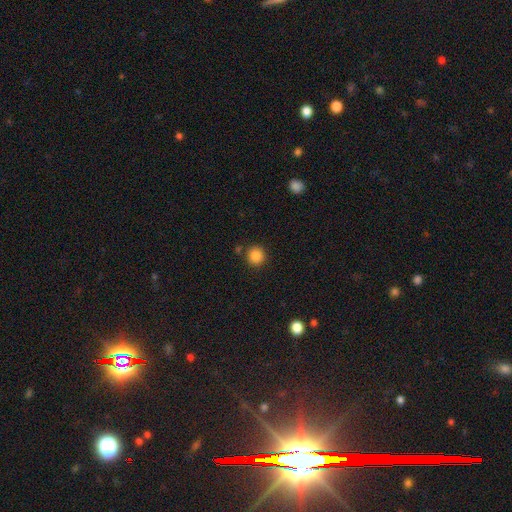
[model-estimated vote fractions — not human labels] smooth-or-featured: smooth: 85% | star or artifact: 10% | featured or disk: 4%
  how-rounded: round: 93% | in between: 7% | cigar-shaped: 1%
  merging: none: 86% | minor disturbance: 7% | merger: 4% | major disturbance: 2%